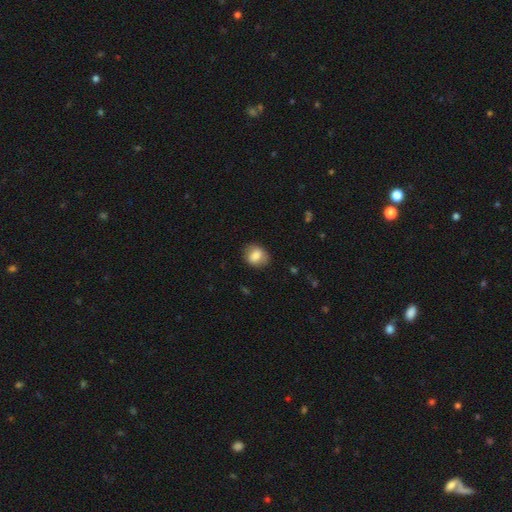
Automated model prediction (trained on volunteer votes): smooth_or_featured: smooth (p=0.79) [alt: featured or disk p=0.13]
how_rounded: round (p=0.57) [alt: in between p=0.42]
merging: none (p=0.80) [alt: minor disturbance p=0.15]